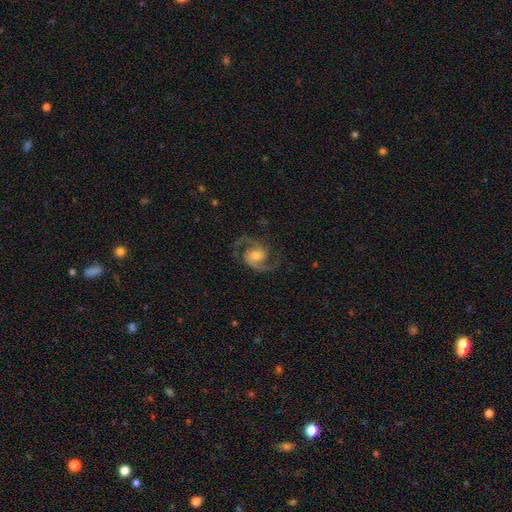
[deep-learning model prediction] A featured or disk galaxy (92%) with no bar (50%), 2 (93%) medium (64%) spiral arms (98%) and a moderate central bulge (59%). Merging: none (80%).